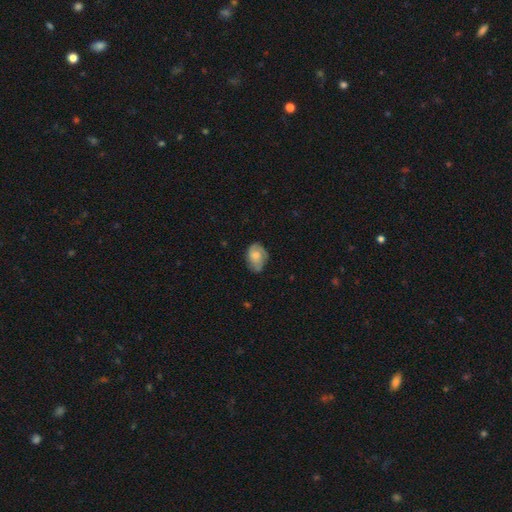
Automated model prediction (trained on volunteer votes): Overall: smooth (59%; featured or disk 33%). How rounded: in between (77%). Merging: none (58%; minor disturbance 32%).